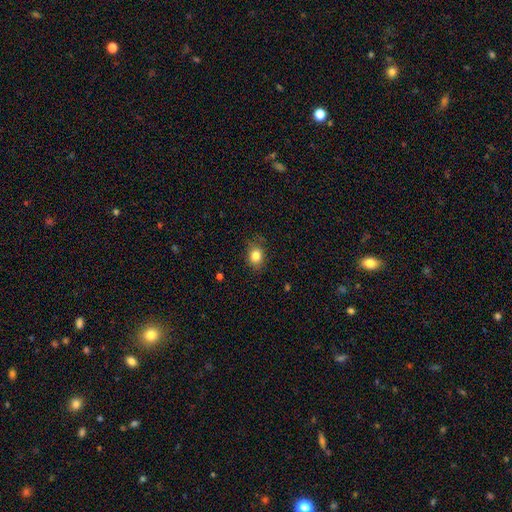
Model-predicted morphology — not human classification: This is clearly a smooth galaxy (82%). How rounded: possibly round (51%). Merging: clearly none (81%).